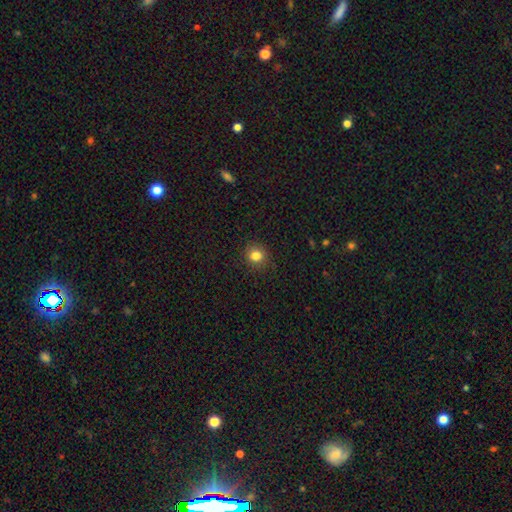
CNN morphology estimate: This is clearly a smooth galaxy (82%). How rounded: clearly round (83%). Merging: clearly none (89%).